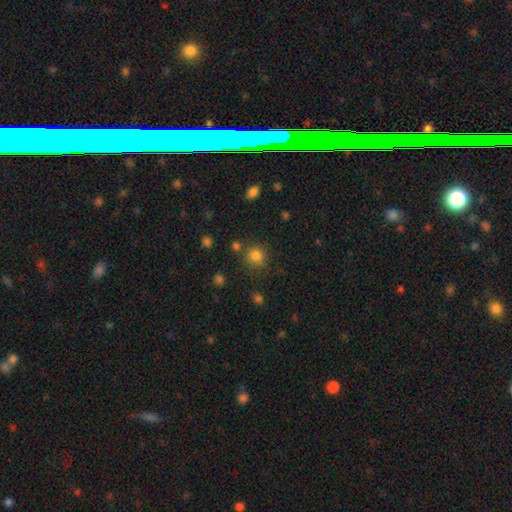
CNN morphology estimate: smooth-or-featured: smooth: 81% | star or artifact: 13% | featured or disk: 5%
  how-rounded: round: 88% | in between: 11% | cigar-shaped: 1%
  merging: none: 76% | minor disturbance: 12% | merger: 8% | major disturbance: 4%